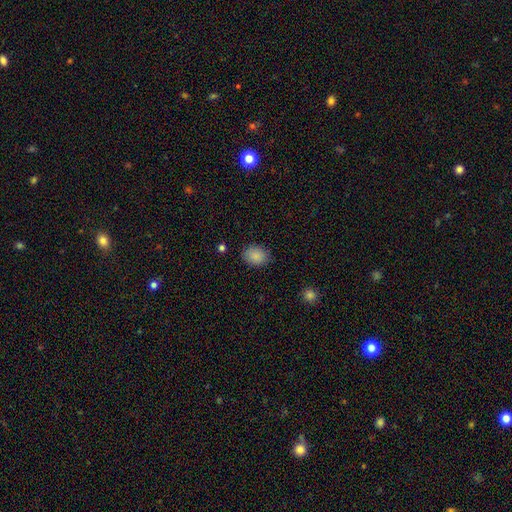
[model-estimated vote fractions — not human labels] The model was most divided on "how rounded": in between: 61%, round: 38%, cigar-shaped: 1%. More confident: smooth or featured — smooth (88%); merging — none (86%).